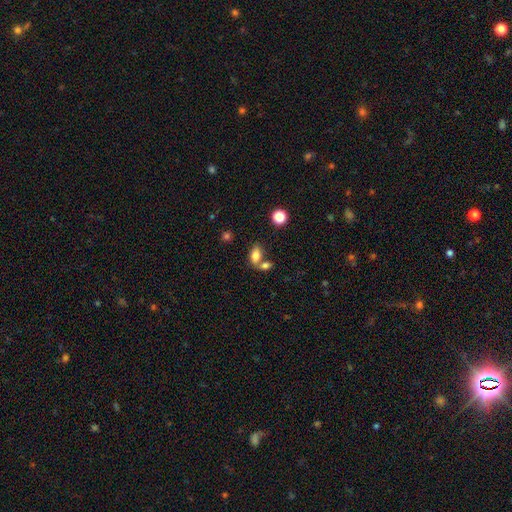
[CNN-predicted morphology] This appears to be a smooth galaxy with no disk features (80%) that is in between round and cigar-shaped (87%). Merging: none (44%).